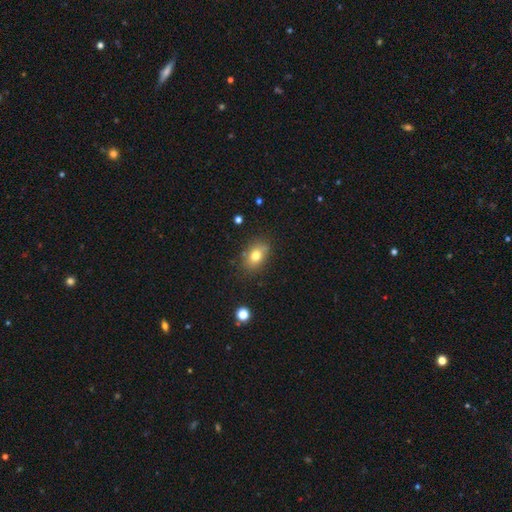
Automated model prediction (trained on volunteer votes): A smooth galaxy with no disk features (76%) that is in between round and cigar-shaped (77%). Merging: none (79%).